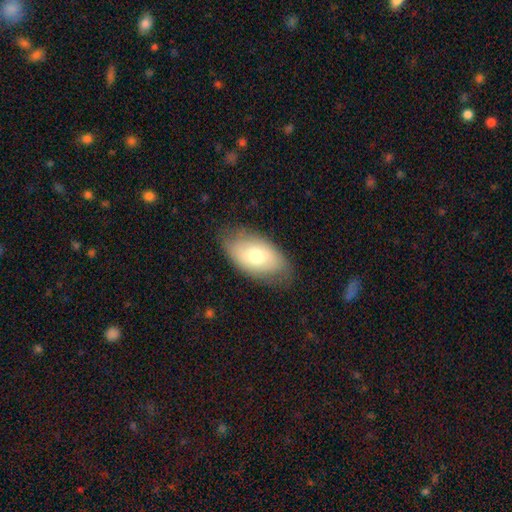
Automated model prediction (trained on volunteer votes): Smooth or featured: smooth — 64% (featured or disk — 29%)
How rounded: in between — 93% (round — 5%)
Merging: none — 73% (minor disturbance — 20%)